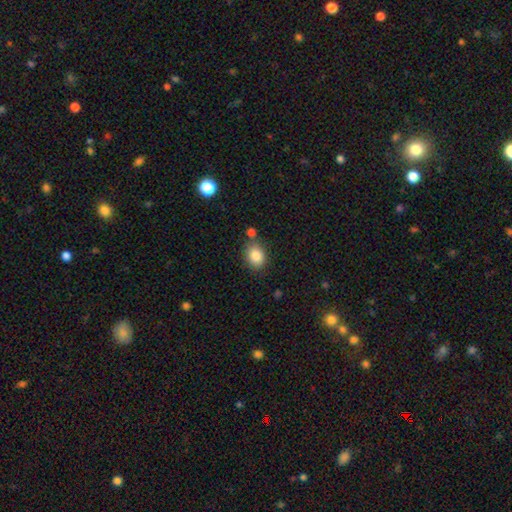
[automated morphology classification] smooth_or_featured: smooth (p=0.85) [alt: star or artifact p=0.09]
how_rounded: in between (p=0.60) [alt: round p=0.39]
merging: none (p=0.75) [alt: minor disturbance p=0.13]